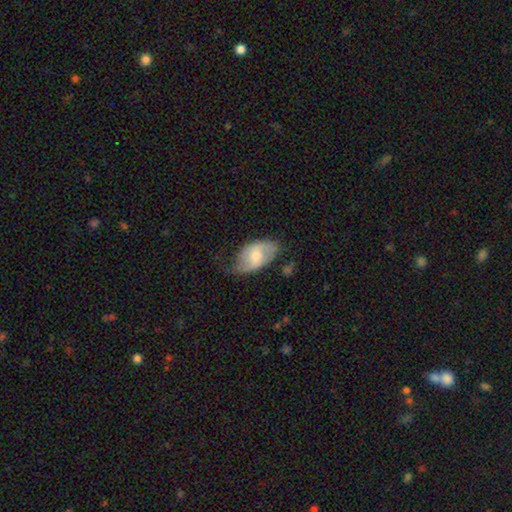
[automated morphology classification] This appears to be a featured or disk galaxy (49%). Merging: none (48%).